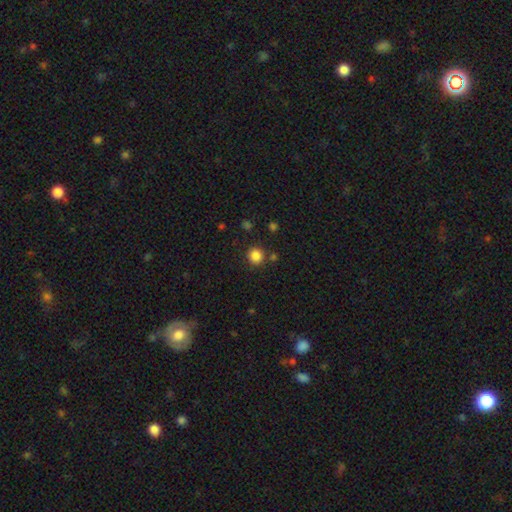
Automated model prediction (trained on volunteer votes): smooth_or_featured: smooth (p=0.85) [alt: star or artifact p=0.12]
how_rounded: round (p=0.92) [alt: in between p=0.08]
merging: none (p=0.84) [alt: minor disturbance p=0.07]